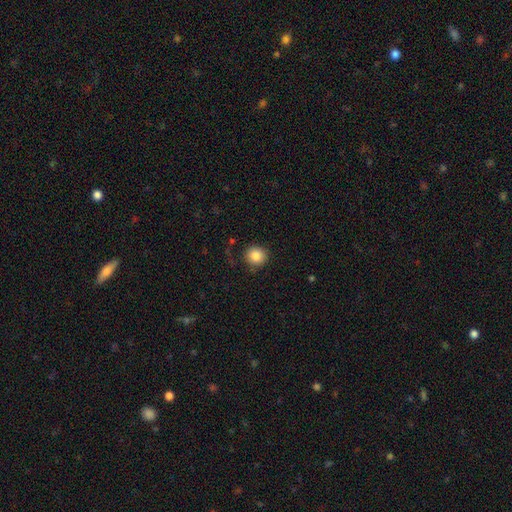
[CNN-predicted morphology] Smooth or featured: smooth — 86% (star or artifact — 9%)
How rounded: round — 91% (in between — 8%)
Merging: none — 86% (minor disturbance — 9%)